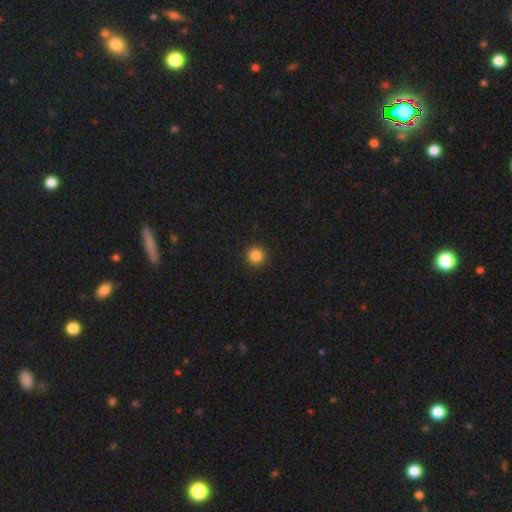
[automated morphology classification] This is clearly a smooth galaxy (85%). How rounded: clearly round (95%). Merging: clearly none (92%).